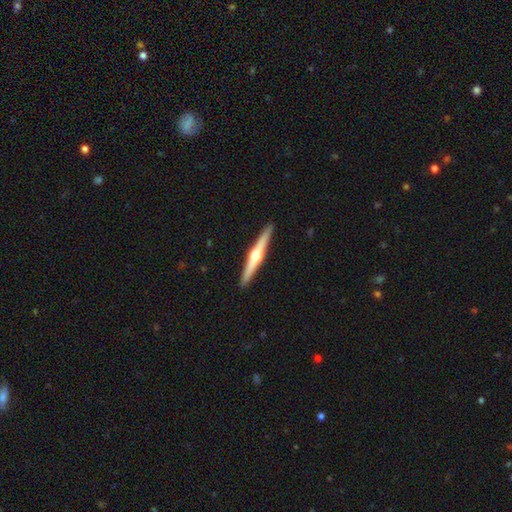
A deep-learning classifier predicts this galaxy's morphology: The model was most divided on "smooth or featured": featured or disk: 75%, smooth: 20%, star or artifact: 5%. More confident: edge-on disk — yes (98%); edge-on bulge — rounded (94%); merging — none (92%).